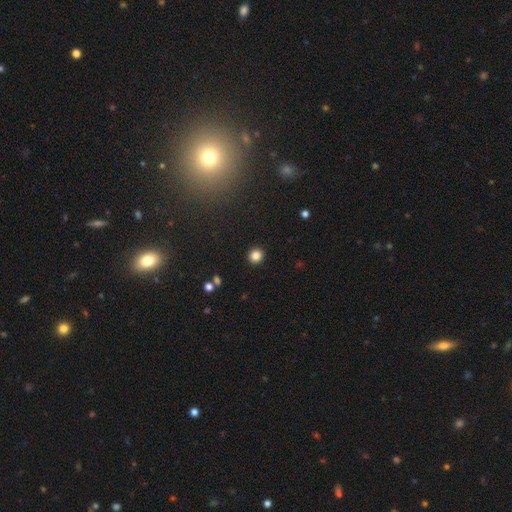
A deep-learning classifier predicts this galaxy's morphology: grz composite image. It shows a smooth galaxy with no disk features (85%) that is round (91%). Merging: none (92%).